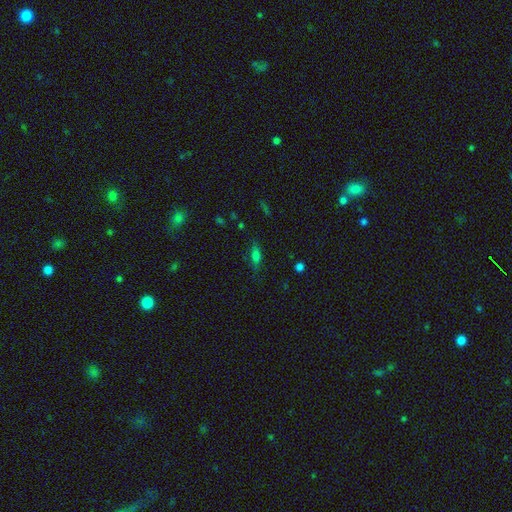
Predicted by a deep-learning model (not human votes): This appears to be a smooth galaxy with no disk features (67%) that is in between round and cigar-shaped (64%). Merging: none (76%).